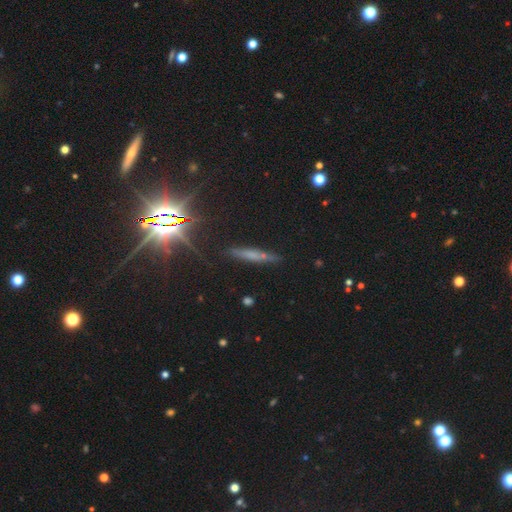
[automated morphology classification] Q: Smooth or featured?
A: featured or disk (36%); runner-up: smooth (35%)
Q: Merging?
A: none (82%); runner-up: minor disturbance (13%)